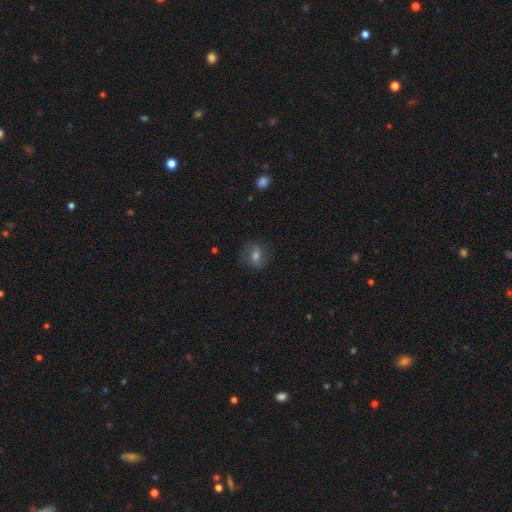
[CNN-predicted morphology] smooth_or_featured: smooth (p=0.48) [alt: featured or disk p=0.37]
merging: none (p=0.79) [alt: minor disturbance p=0.14]